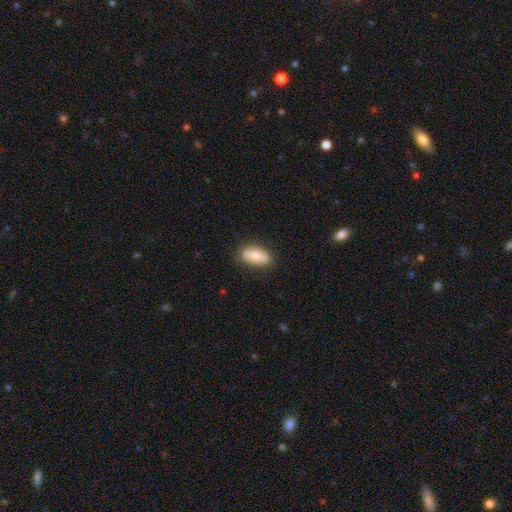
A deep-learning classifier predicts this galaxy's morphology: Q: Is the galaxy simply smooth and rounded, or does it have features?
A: smooth — 70%.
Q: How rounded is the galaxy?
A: in between — 90%.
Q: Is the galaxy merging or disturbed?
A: none — 81%.